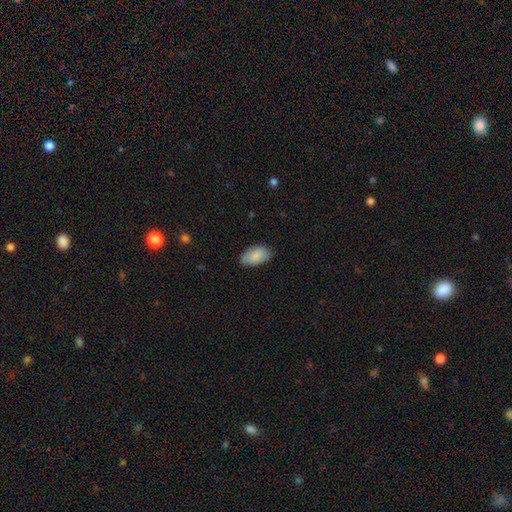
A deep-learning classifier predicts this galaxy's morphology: The model was most divided on "merging": none: 75%, minor disturbance: 20%, major disturbance: 3%, merger: 1%. More confident: how rounded — in between (95%); smooth or featured — smooth (85%).